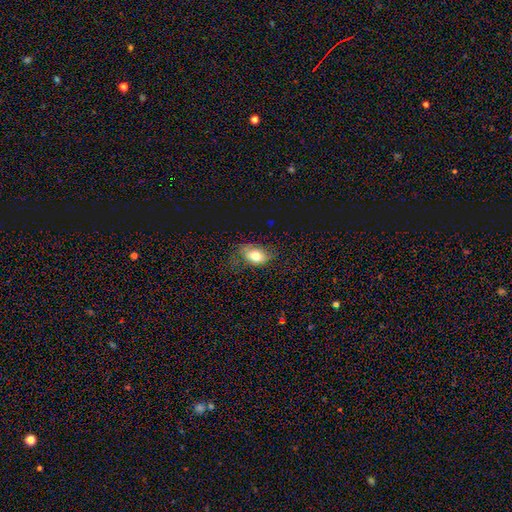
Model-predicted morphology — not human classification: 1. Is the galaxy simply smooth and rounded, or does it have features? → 74% smooth, 17% featured or disk, 10% star or artifact.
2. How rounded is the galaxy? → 83% in between, 15% round, 2% cigar-shaped.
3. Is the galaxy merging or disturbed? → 55% none, 28% minor disturbance, 16% major disturbance, 2% merger.